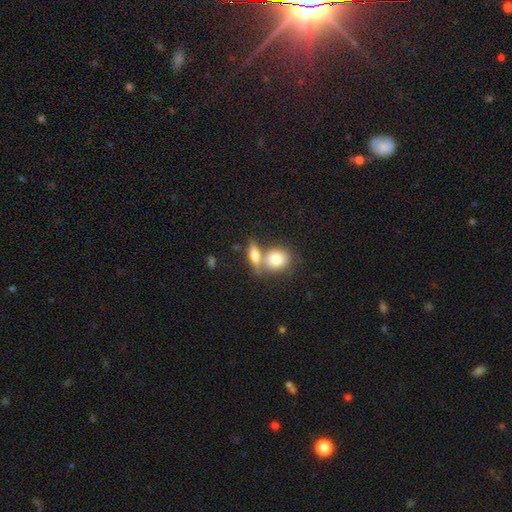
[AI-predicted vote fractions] Smooth or featured?
  - smooth: 70% *
  - featured or disk: 22%
  - star or artifact: 8%
How rounded?
  - in between: 63% *
  - round: 22%
  - cigar-shaped: 15%
Merging?
  - merger: 47% *
  - none: 40%
  - minor disturbance: 9%
  - major disturbance: 4%